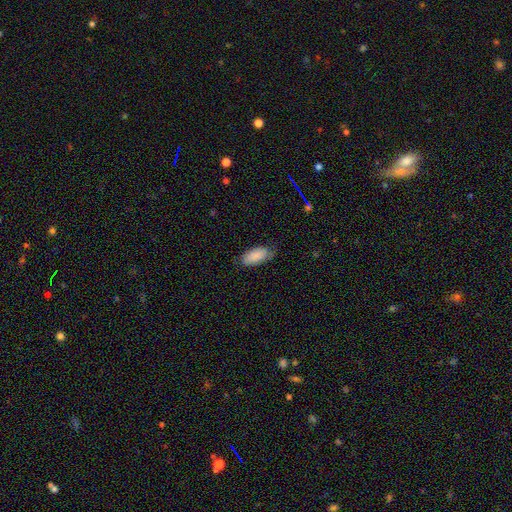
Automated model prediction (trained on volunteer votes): smooth-or-featured: smooth: 88% | featured or disk: 6% | star or artifact: 6%
  how-rounded: in between: 90% | cigar-shaped: 8% | round: 2%
  merging: none: 72% | minor disturbance: 23% | major disturbance: 4% | merger: 1%